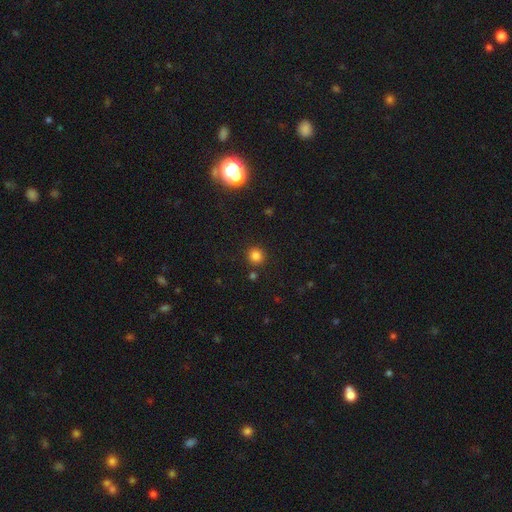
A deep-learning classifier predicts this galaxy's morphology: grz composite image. It shows a smooth galaxy with no disk features (82%) that is round (92%). Merging: none (87%).